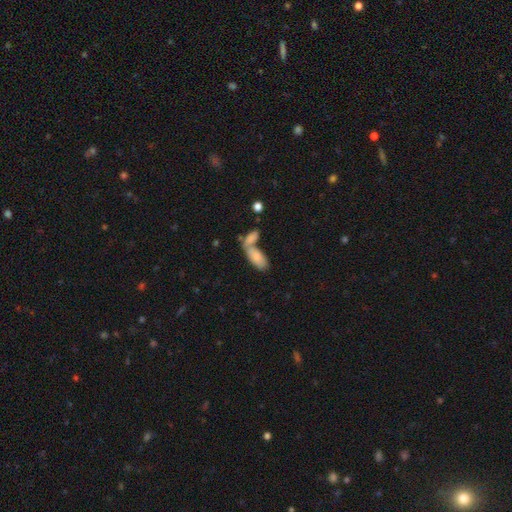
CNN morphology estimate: A smooth galaxy with no disk features (79%) that is in between round and cigar-shaped (88%).

Vote fractions:
- Smooth or featured? smooth: 79% / featured or disk: 14% / star or artifact: 7%
- How rounded? in between: 88% / cigar-shaped: 10% / round: 2%
- Merging? merger: 53% / none: 32% / minor disturbance: 10% / major disturbance: 5%